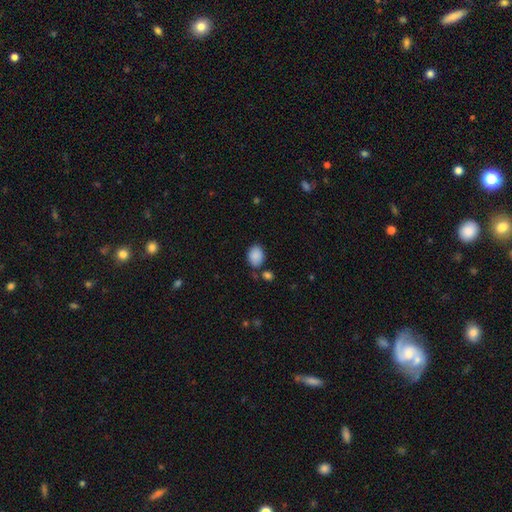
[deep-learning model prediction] Smooth or featured?
  - smooth: 89% *
  - star or artifact: 8%
  - featured or disk: 4%
How rounded?
  - in between: 69% *
  - round: 30%
  - cigar-shaped: 1%
Merging?
  - none: 75% *
  - minor disturbance: 14%
  - merger: 7%
  - major disturbance: 4%